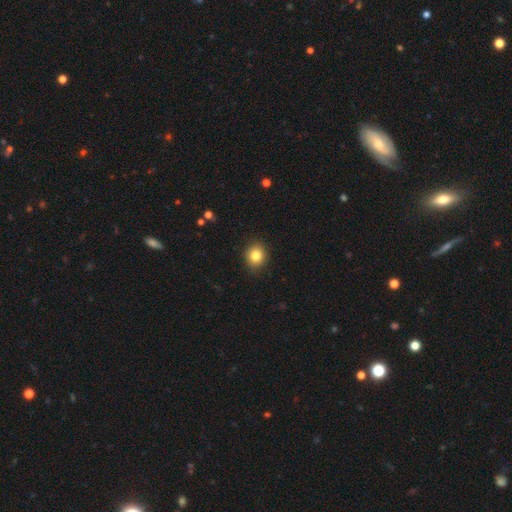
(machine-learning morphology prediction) Smooth or featured?
  - smooth: 84% *
  - star or artifact: 10%
  - featured or disk: 6%
How rounded?
  - round: 75% *
  - in between: 24%
  - cigar-shaped: 1%
Merging?
  - none: 89% *
  - minor disturbance: 8%
  - major disturbance: 2%
  - merger: 1%